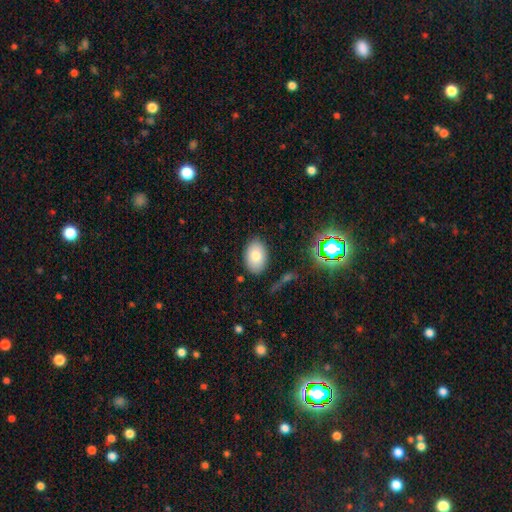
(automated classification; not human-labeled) A smooth galaxy with no disk features (77%) that is in between round and cigar-shaped (83%).

Vote fractions:
- Smooth or featured? smooth: 77% / featured or disk: 13% / star or artifact: 10%
- How rounded? in between: 83% / round: 16% / cigar-shaped: 1%
- Merging? none: 84% / minor disturbance: 11% / major disturbance: 3% / merger: 2%